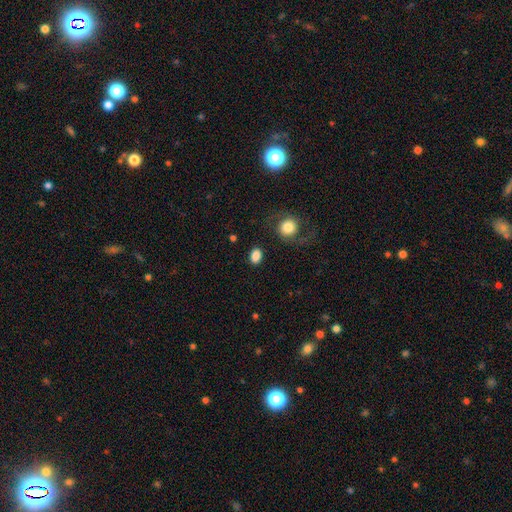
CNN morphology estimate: Smooth or featured? smooth (87%)
How rounded? in between (71%)
Merging? none (84%)